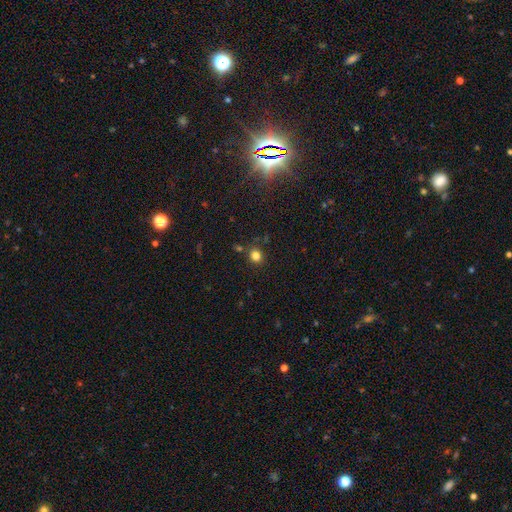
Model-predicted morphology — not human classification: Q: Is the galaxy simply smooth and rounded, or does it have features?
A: smooth — 81%.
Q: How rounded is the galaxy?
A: round — 81%.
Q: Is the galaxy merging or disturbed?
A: none — 83%.